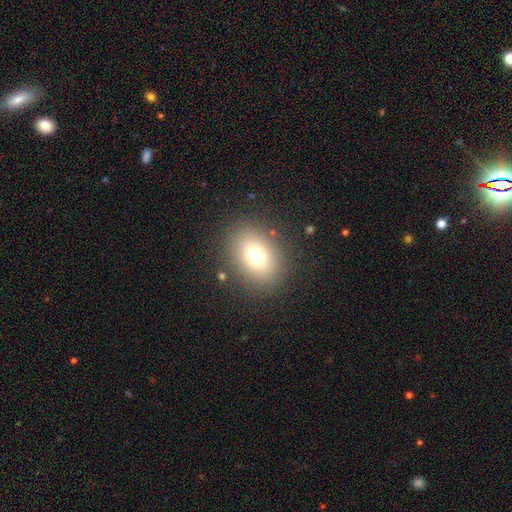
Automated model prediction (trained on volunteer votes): A smooth galaxy with no disk features (76%) that is in between round and cigar-shaped (67%).

Vote fractions:
- Smooth or featured? smooth: 76% / star or artifact: 12% / featured or disk: 12%
- How rounded? in between: 67% / round: 31% / cigar-shaped: 1%
- Merging? none: 85% / minor disturbance: 9% / major disturbance: 4% / merger: 2%